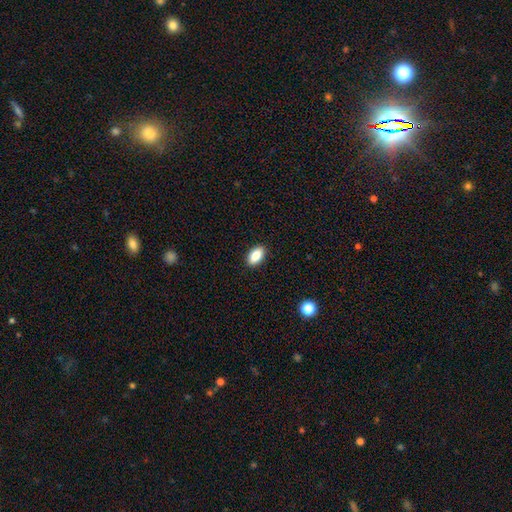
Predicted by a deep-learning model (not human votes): This is clearly a smooth galaxy (84%). How rounded: clearly in between (91%). Merging: clearly none (90%).